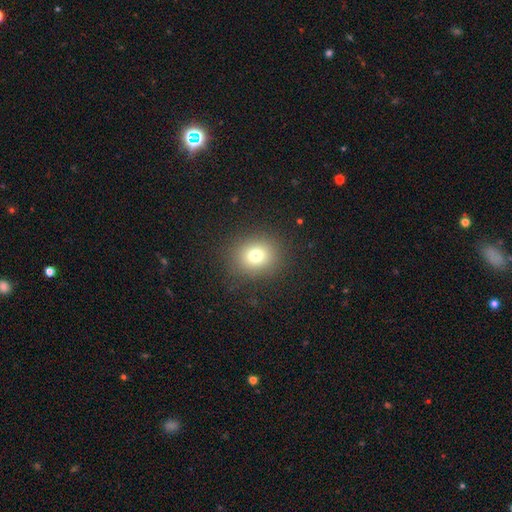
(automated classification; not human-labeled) The model was most divided on "how rounded": round: 76%, in between: 23%, cigar-shaped: 1%. More confident: merging — none (87%); smooth or featured — smooth (75%).